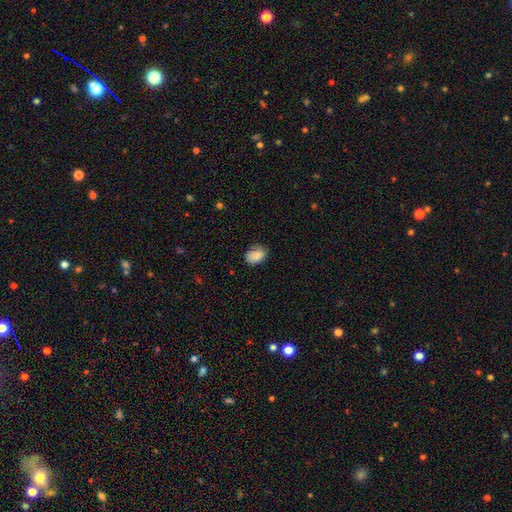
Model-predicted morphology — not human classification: Overall: smooth (87%). How rounded: in between (74%). Merging: none (74%).